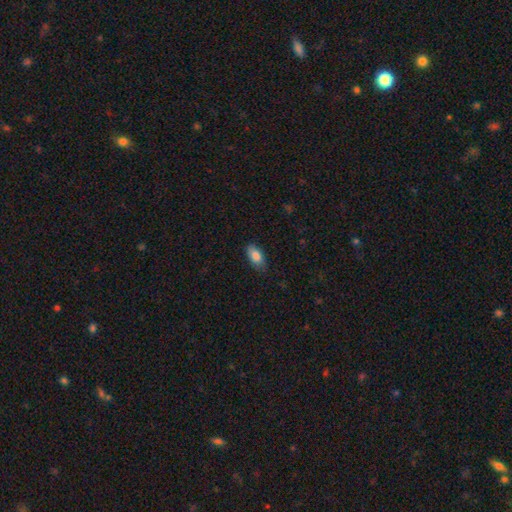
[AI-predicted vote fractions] smooth 84%, featured or disk 9%, star or artifact 7%. Down the decision tree: how rounded — in between (89%); merging — none (78%).